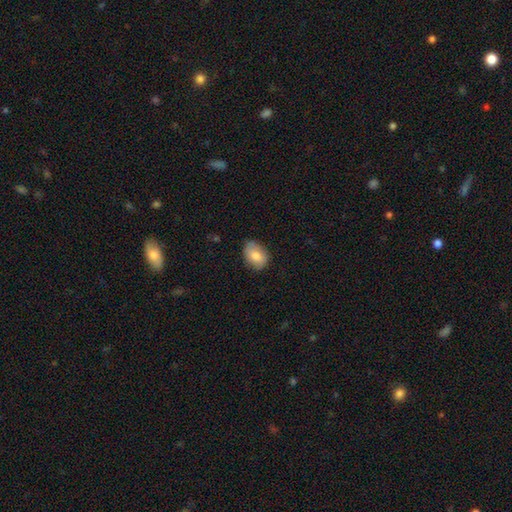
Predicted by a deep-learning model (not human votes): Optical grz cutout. It shows a smooth galaxy with no disk features (81%) that is in between round and cigar-shaped (78%). Merging: none (79%).